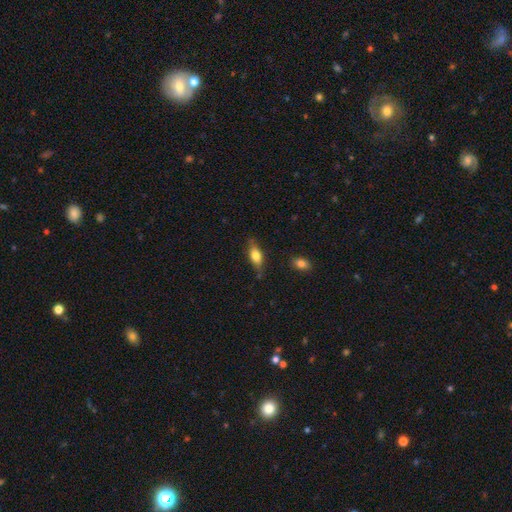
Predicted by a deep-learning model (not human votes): Morphology: type=smooth (67%); roundness=in between (72%); merging=none (73%).